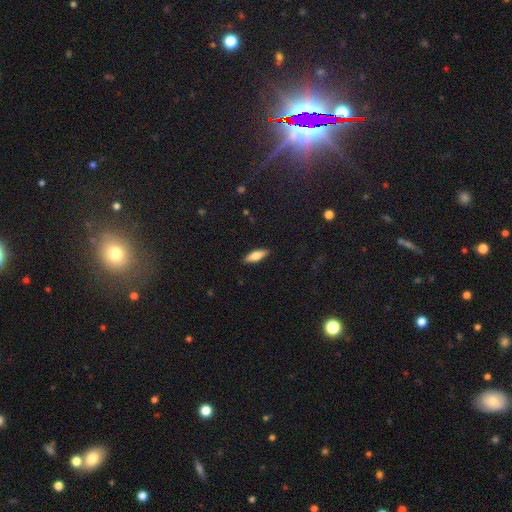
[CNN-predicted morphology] A smooth galaxy with no disk features (72%) that is in between round and cigar-shaped (60%). Merging: none (89%).